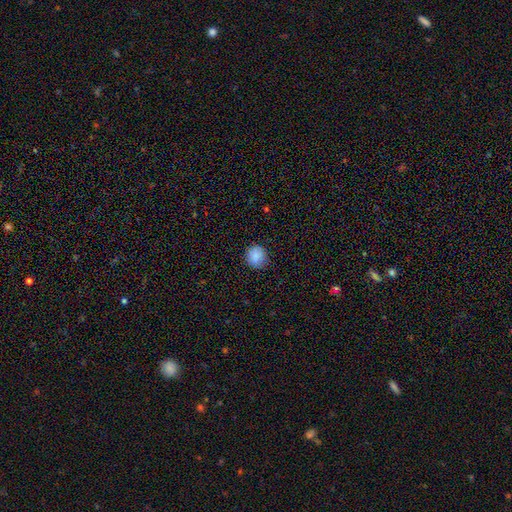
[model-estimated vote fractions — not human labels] smooth 87%, star or artifact 9%, featured or disk 4%. Down the decision tree: how rounded — round (86%); merging — none (87%).